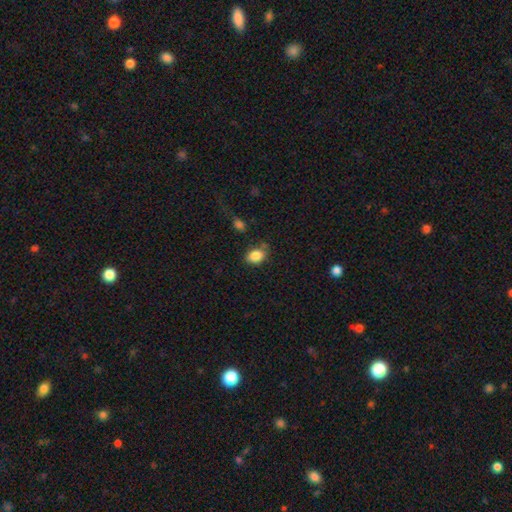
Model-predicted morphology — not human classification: type=smooth (86%); roundness=in between (69%); merging=none (66%).